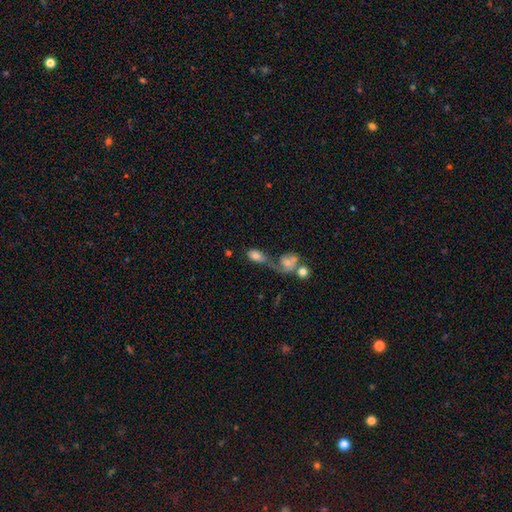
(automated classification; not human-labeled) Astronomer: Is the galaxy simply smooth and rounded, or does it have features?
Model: smooth — 68%.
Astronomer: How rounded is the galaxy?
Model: in between — 84%.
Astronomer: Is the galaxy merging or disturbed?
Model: merger — 53%.